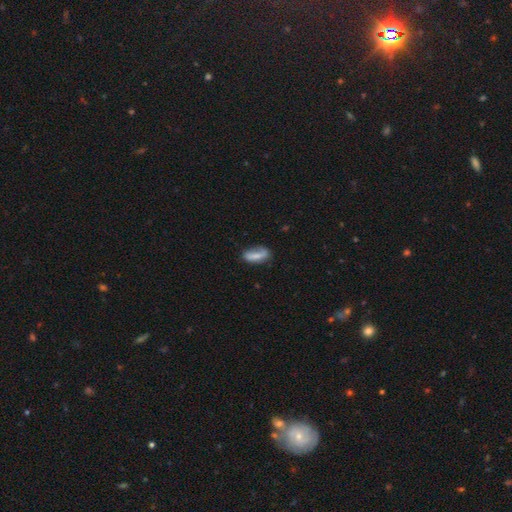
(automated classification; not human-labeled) smooth 71%, featured or disk 21%, star or artifact 8%. Down the decision tree: how rounded — in between (73%); merging — none (55%).